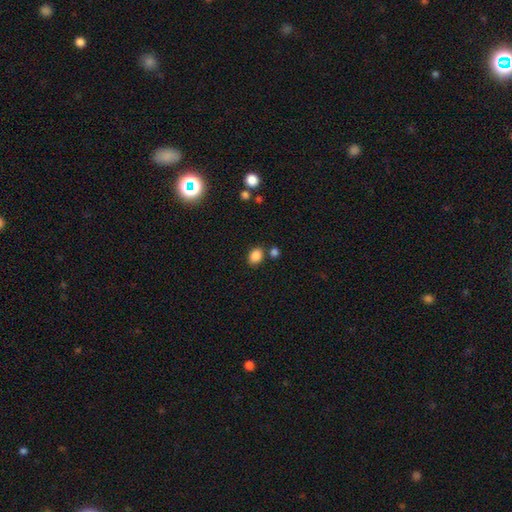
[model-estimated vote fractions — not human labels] The model was most divided on "how rounded": in between: 67%, round: 32%, cigar-shaped: 1%. More confident: smooth or featured — smooth (86%); merging — none (75%).